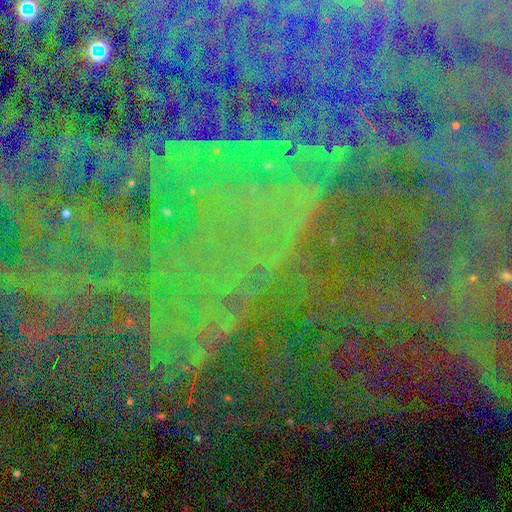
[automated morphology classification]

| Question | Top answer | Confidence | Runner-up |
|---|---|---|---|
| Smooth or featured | star or artifact | 86% | featured or disk (8%) |